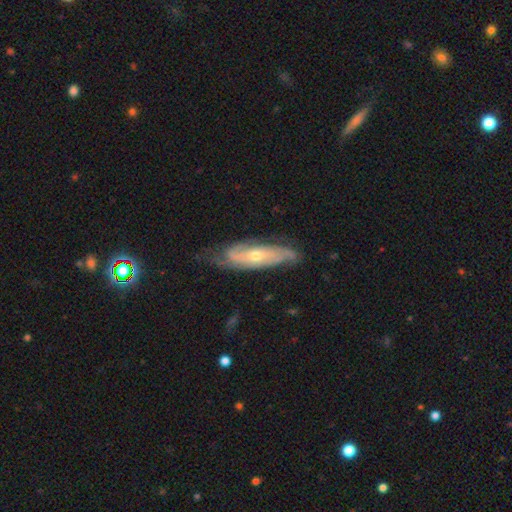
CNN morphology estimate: Smooth or featured?
  - featured or disk: 80% *
  - smooth: 15%
  - star or artifact: 5%
Edge-on disk?
  - no: 81% *
  - yes: 19%
Bar?
  - no: 64% *
  - weak: 26%
  - strong: 10%
Spiral arms?
  - yes: 93% *
  - no: 7%
Spiral winding?
  - tight: 54% *
  - medium: 34%
  - loose: 12%
Spiral arm count?
  - 2: 45% *
  - can't tell: 31%
  - 3: 13%
  - 4: 4%
  - 1: 4%
  - more than 4: 3%
Bulge size?
  - moderate: 51% *
  - small: 46%
  - large: 2%
  - none: 1%
  - dominant: 1%
Merging?
  - none: 67% *
  - minor disturbance: 24%
  - major disturbance: 7%
  - merger: 1%